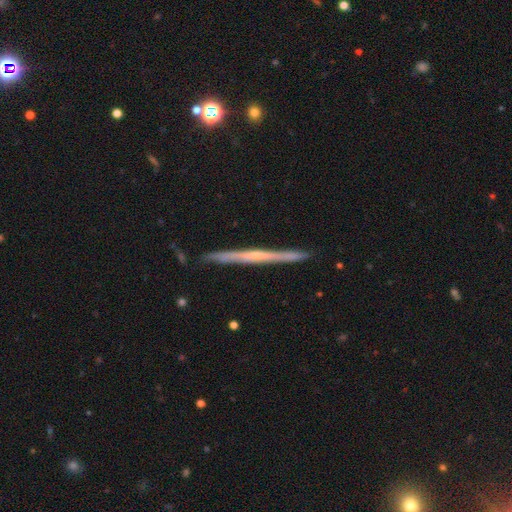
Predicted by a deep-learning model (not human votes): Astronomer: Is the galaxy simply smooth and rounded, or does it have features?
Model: featured or disk — 66%.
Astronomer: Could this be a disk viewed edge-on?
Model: yes — 98%.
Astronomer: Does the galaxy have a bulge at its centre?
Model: none — 72%.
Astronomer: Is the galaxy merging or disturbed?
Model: none — 90%.